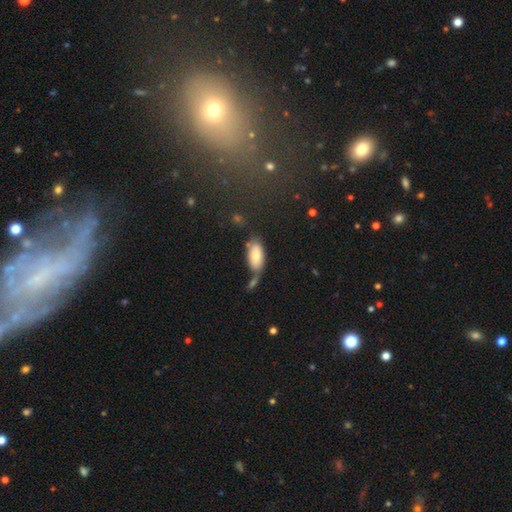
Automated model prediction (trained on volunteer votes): The model was most divided on "merging": none: 52%, merger: 22%, minor disturbance: 19%, major disturbance: 7%. More confident: how rounded — in between (93%); smooth or featured — smooth (79%).